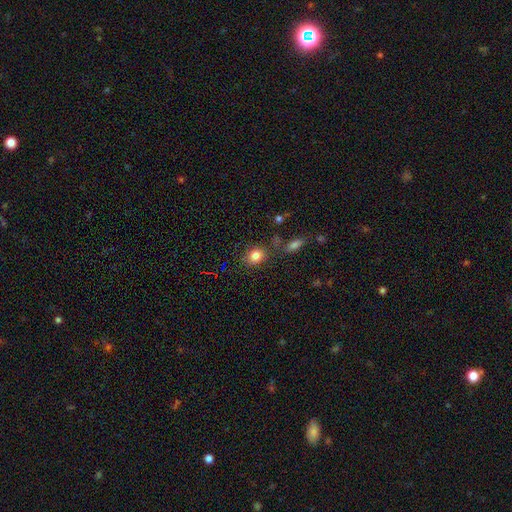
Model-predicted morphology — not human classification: Smooth or featured: smooth — 81% (star or artifact — 11%)
How rounded: in between — 54% (round — 45%)
Merging: none — 77% (minor disturbance — 13%)